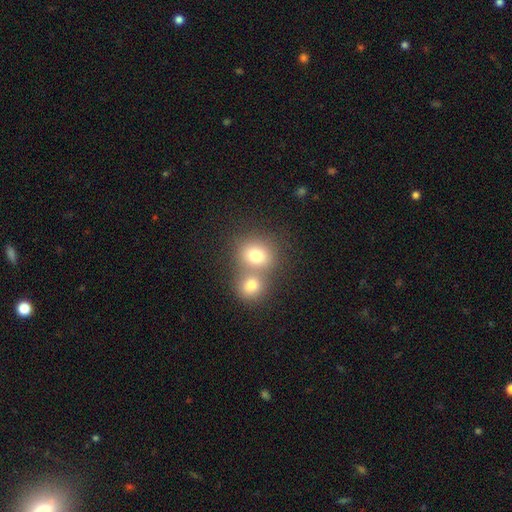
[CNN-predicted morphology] smooth_or_featured: smooth (p=0.76) [alt: star or artifact p=0.13]
how_rounded: round (p=0.79) [alt: in between p=0.20]
merging: merger (p=0.49) [alt: none p=0.41]